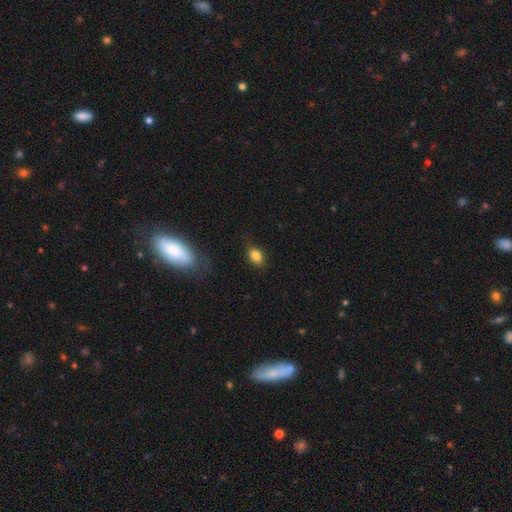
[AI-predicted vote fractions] This is clearly a smooth galaxy (83%). How rounded: clearly in between (83%). Merging: likely none (80%).